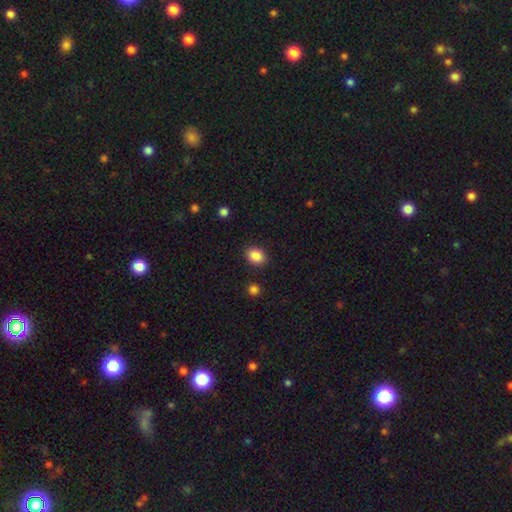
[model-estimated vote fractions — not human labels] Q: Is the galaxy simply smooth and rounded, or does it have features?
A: smooth — 87%.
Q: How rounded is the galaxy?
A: in between — 60%.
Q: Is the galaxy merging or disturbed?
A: none — 89%.